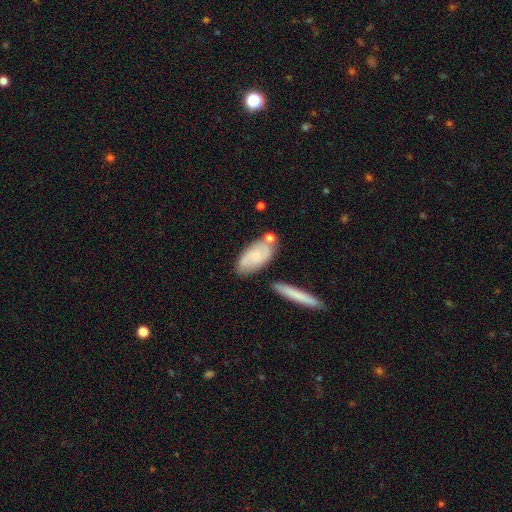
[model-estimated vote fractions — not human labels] smooth_or_featured: smooth (p=0.51) [alt: featured or disk p=0.43]
how_rounded: in between (p=0.83) [alt: cigar-shaped p=0.13]
merging: none (p=0.61) [alt: minor disturbance p=0.19]